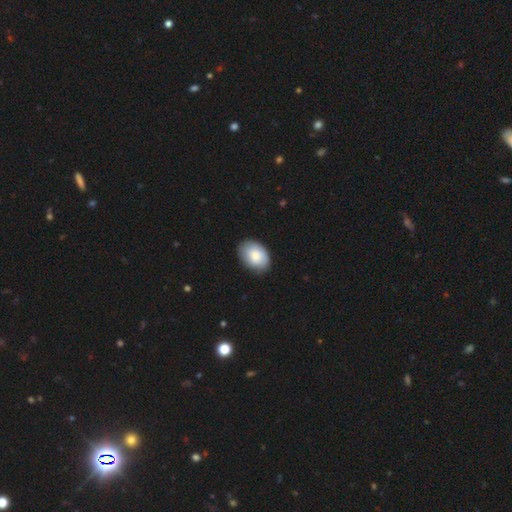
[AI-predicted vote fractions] This appears to be a smooth galaxy with no disk features (83%) that is in between round and cigar-shaped (83%). Merging: none (81%).